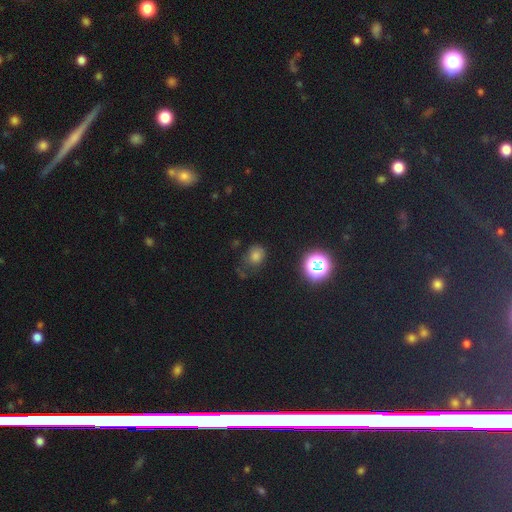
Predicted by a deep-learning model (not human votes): Smooth or featured: smooth — 68% (star or artifact — 24%)
How rounded: round — 58% (in between — 41%)
Merging: none — 60% (minor disturbance — 25%)